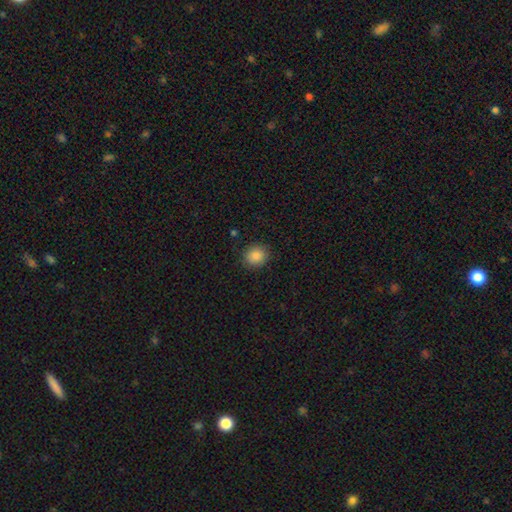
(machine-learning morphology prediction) type=smooth (87%); roundness=round (81%); merging=none (88%).